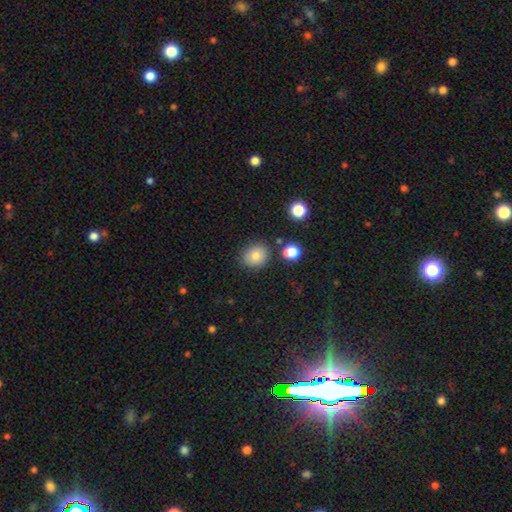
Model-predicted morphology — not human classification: type=smooth (79%); roundness=round (70%); merging=none (82%).